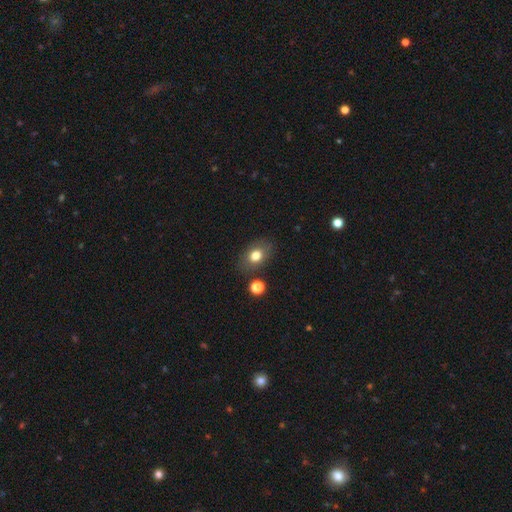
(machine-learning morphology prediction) Overall: smooth (77%). How rounded: in between (72%). Merging: none (78%).